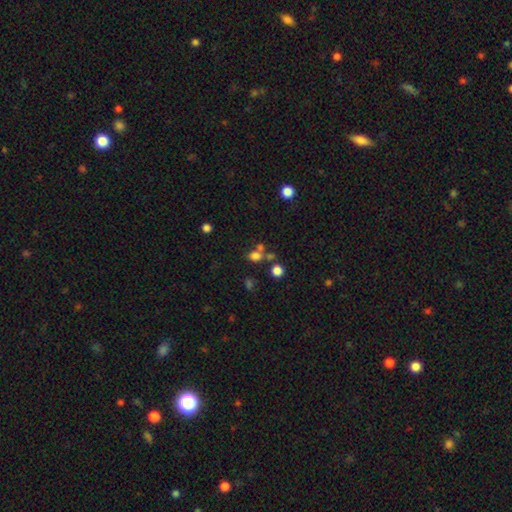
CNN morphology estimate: smooth 72%, star or artifact 19%, featured or disk 9%. Down the decision tree: how rounded — round (54%); merging — none (55%).